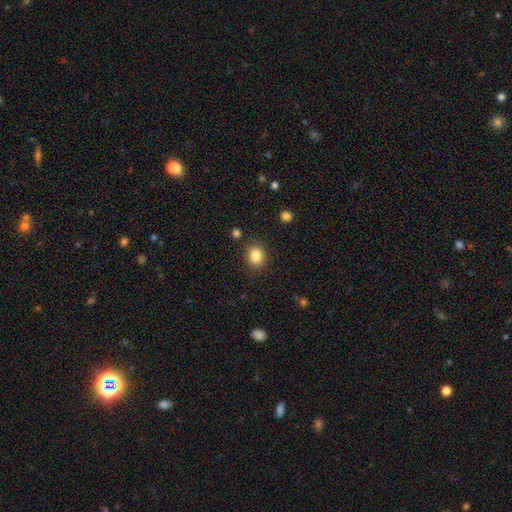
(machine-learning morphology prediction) type=smooth (85%); roundness=round (67%); merging=none (87%).